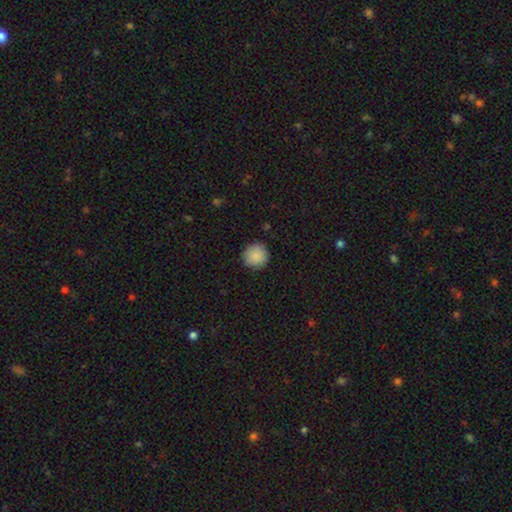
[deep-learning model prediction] smooth_or_featured: smooth (p=0.88) [alt: star or artifact p=0.08]
how_rounded: round (p=0.93) [alt: in between p=0.06]
merging: none (p=0.87) [alt: minor disturbance p=0.09]